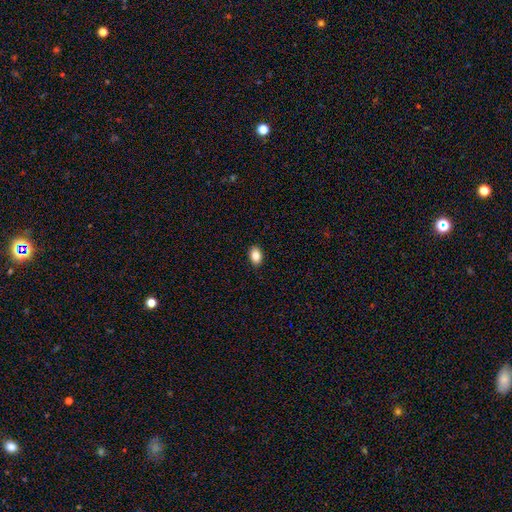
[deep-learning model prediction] Smooth or featured? smooth (85%)
How rounded? in between (79%)
Merging? none (90%)